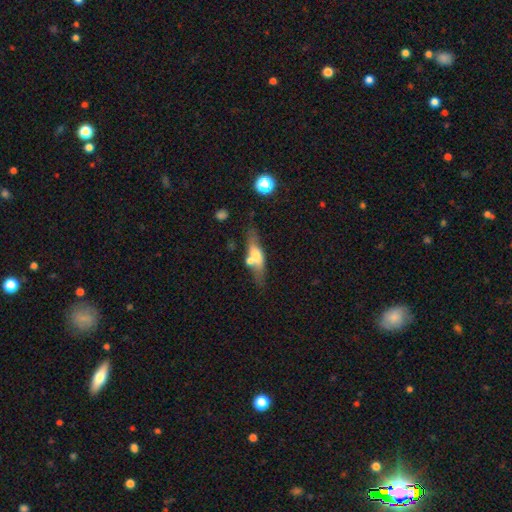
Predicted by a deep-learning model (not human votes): Overall: smooth (51%; featured or disk 42%). How rounded: cigar-shaped (50%; in between 46%). Merging: none (60%).